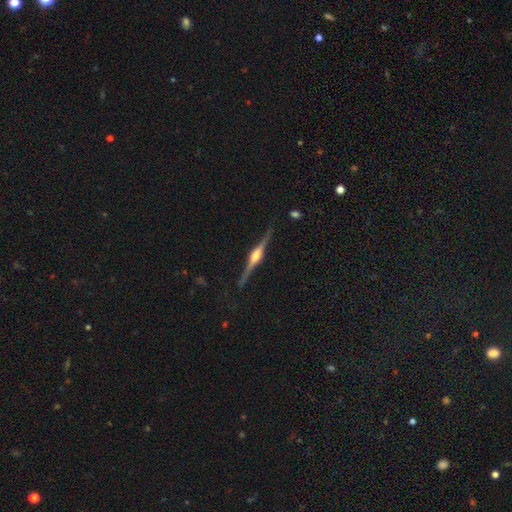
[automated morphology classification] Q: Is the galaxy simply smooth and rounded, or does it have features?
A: featured or disk — 87%.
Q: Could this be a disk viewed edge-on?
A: yes — 98%.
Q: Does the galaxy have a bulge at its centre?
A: rounded — 91%.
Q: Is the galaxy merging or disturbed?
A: none — 89%.